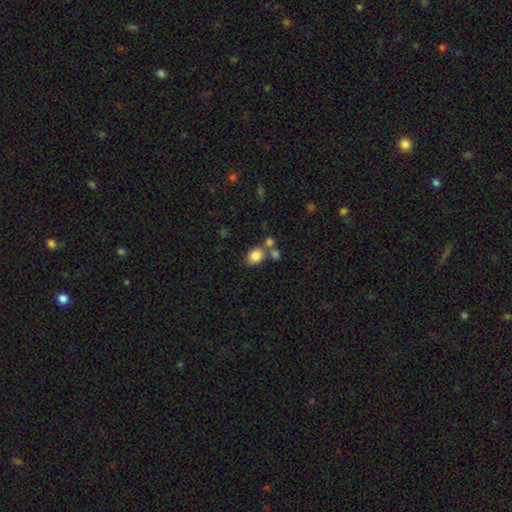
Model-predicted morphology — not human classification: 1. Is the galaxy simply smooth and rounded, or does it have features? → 83% smooth, 9% star or artifact, 8% featured or disk.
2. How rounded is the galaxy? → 67% in between, 32% round, 1% cigar-shaped.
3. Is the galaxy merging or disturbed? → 54% none, 29% merger, 12% minor disturbance, 5% major disturbance.